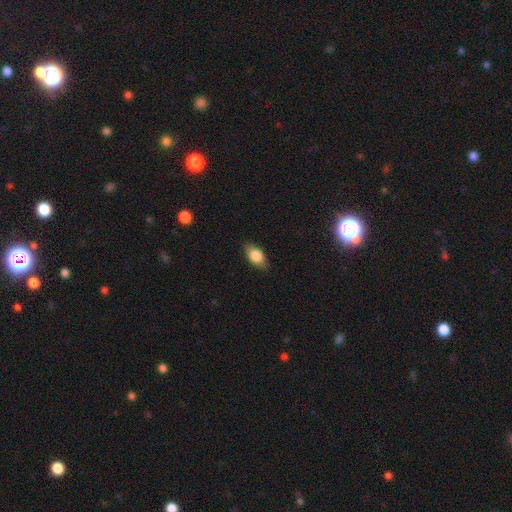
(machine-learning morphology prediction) smooth_or_featured: smooth (p=0.81) [alt: featured or disk p=0.11]
how_rounded: in between (p=0.88) [alt: round p=0.07]
merging: none (p=0.84) [alt: minor disturbance p=0.12]